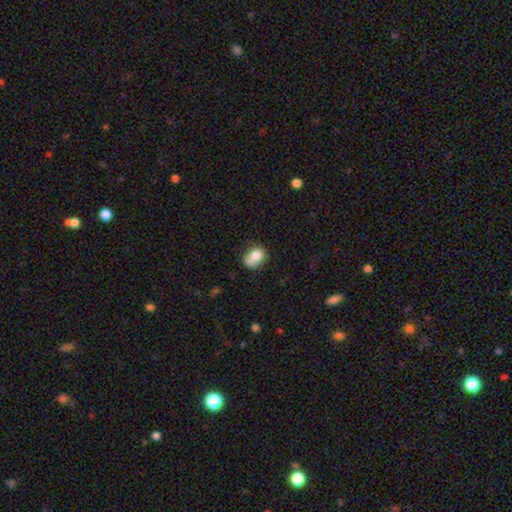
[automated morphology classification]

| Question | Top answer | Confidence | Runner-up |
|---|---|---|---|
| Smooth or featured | smooth | 77% | featured or disk (14%) |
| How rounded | in between | 51% | round (48%) |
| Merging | none | 43% | minor disturbance (26%) |